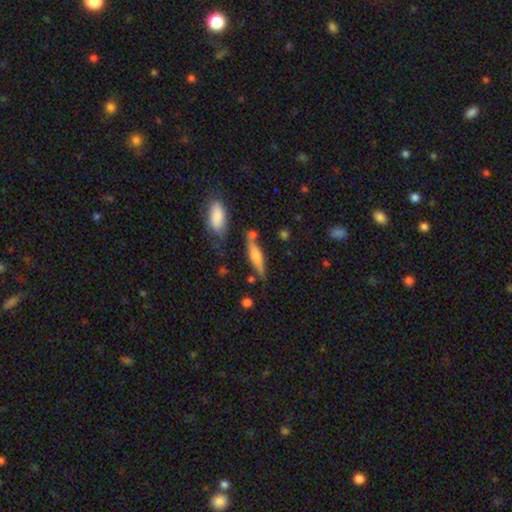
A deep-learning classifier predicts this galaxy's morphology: type=smooth (51%); roundness=cigar-shaped (71%); merging=none (67%).